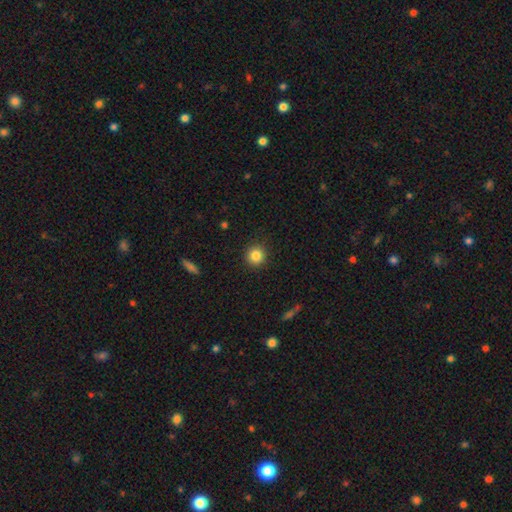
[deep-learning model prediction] Smooth or featured? smooth (84%)
How rounded? round (93%)
Merging? none (91%)